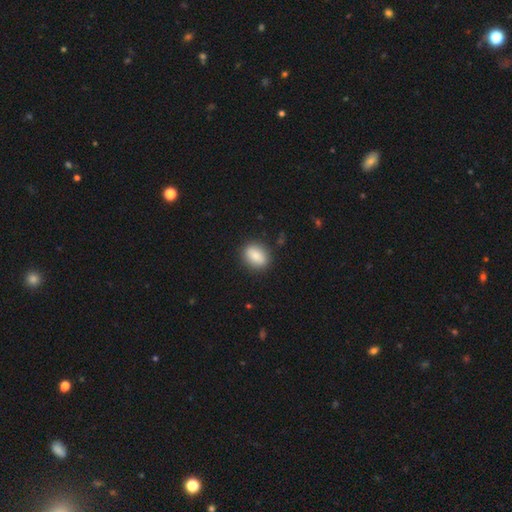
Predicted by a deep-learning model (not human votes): The model was most divided on "how rounded": in between: 69%, round: 28%, cigar-shaped: 2%. More confident: merging — none (87%); smooth or featured — smooth (85%).